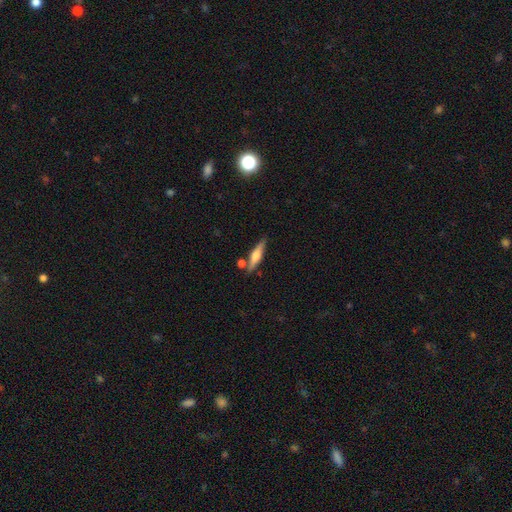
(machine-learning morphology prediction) This is possibly a featured or disk galaxy (51%). It is clearly viewed edge-on (95%). Merging: likely none (77%).